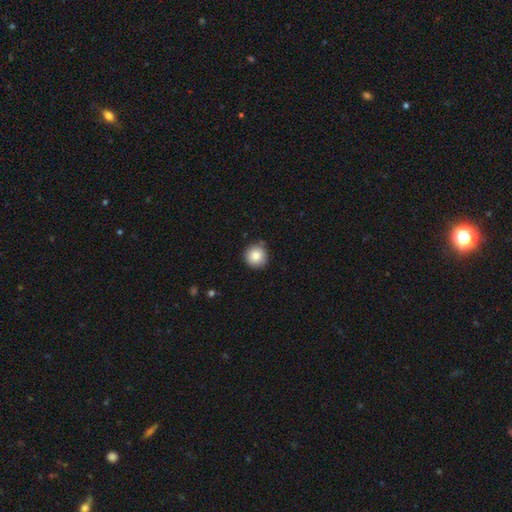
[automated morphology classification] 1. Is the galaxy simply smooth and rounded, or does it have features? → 85% smooth, 9% star or artifact, 6% featured or disk.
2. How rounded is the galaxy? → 95% round, 4% in between, 1% cigar-shaped.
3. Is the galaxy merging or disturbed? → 87% none, 9% minor disturbance, 2% merger, 2% major disturbance.